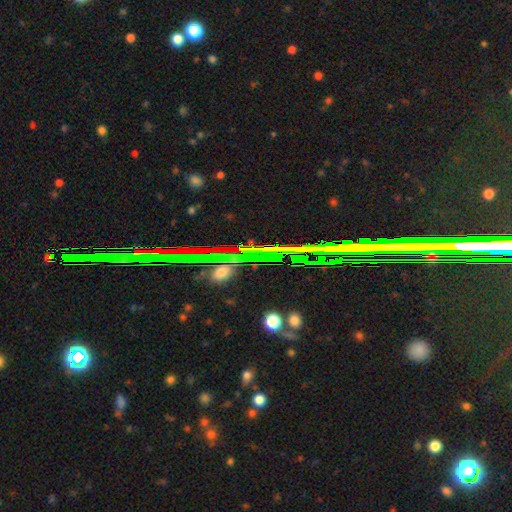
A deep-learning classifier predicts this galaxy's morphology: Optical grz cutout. It shows a star or artifact, not a galaxy (79%).